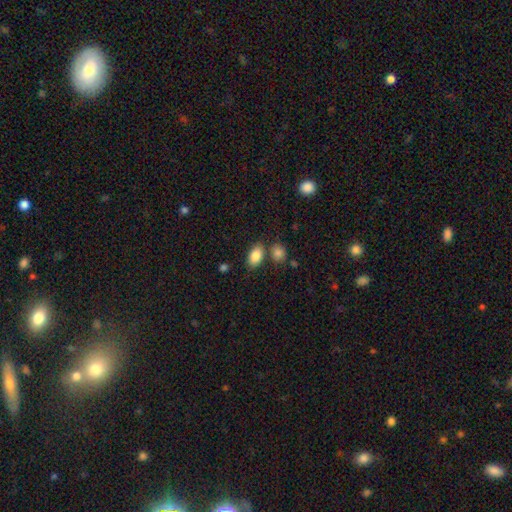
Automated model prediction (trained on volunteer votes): smooth_or_featured: smooth (p=0.85) [alt: star or artifact p=0.07]
how_rounded: in between (p=0.91) [alt: round p=0.07]
merging: none (p=0.74) [alt: merger p=0.12]